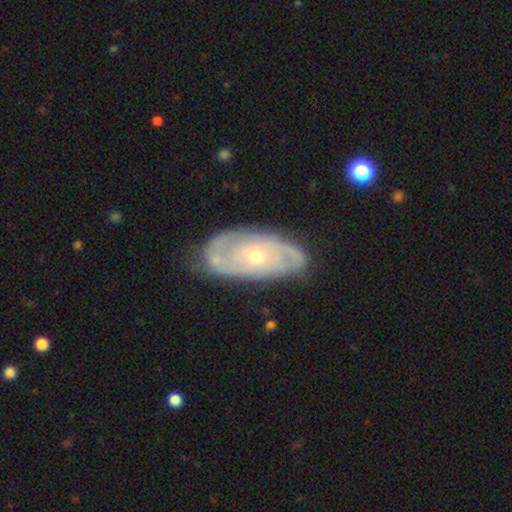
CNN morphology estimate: Overall: featured or disk (79%). Edge-on disk: no (93%). Bar: no (77%). Spiral arms: yes (88%). Spiral arm count: 2 (46%; can't tell 32%). Spiral winding: tight (58%; medium 32%). Bulge size: small (60%; moderate 37%). Merging: none (75%).